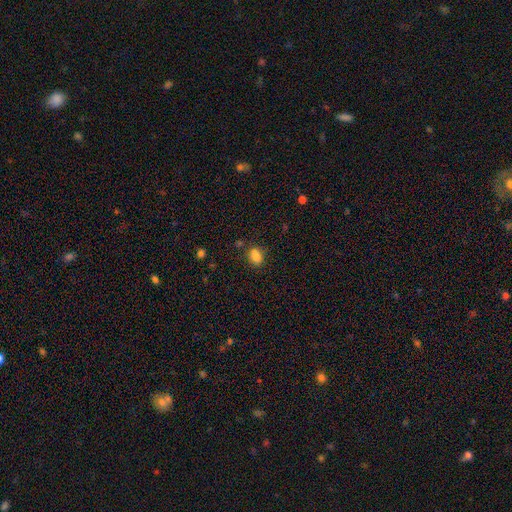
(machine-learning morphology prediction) Smooth or featured?
  - smooth: 82% *
  - star or artifact: 12%
  - featured or disk: 6%
How rounded?
  - in between: 75% *
  - round: 23%
  - cigar-shaped: 2%
Merging?
  - none: 67% *
  - minor disturbance: 16%
  - merger: 12%
  - major disturbance: 5%